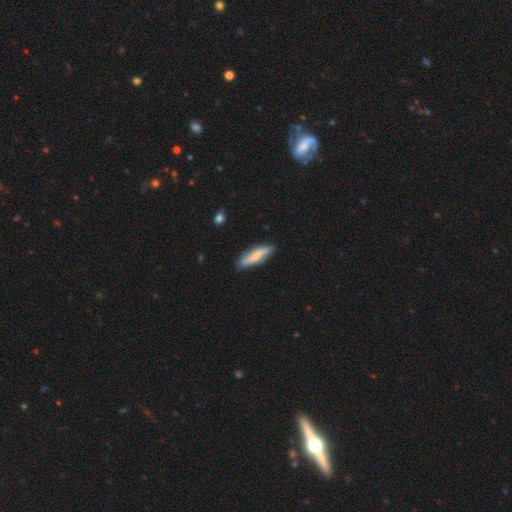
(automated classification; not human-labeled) Q: Smooth or featured?
A: smooth (53%); runner-up: featured or disk (41%)
Q: How rounded?
A: cigar-shaped (65%); runner-up: in between (33%)
Q: Merging?
A: none (80%); runner-up: minor disturbance (16%)